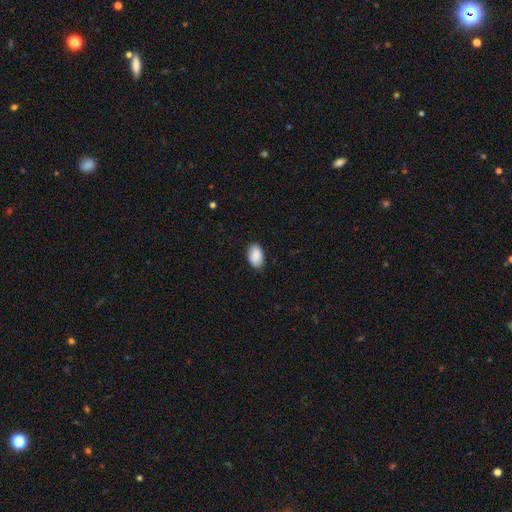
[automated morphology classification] A smooth galaxy with no disk features (90%) that is in between round and cigar-shaped (92%). Merging: none (85%).